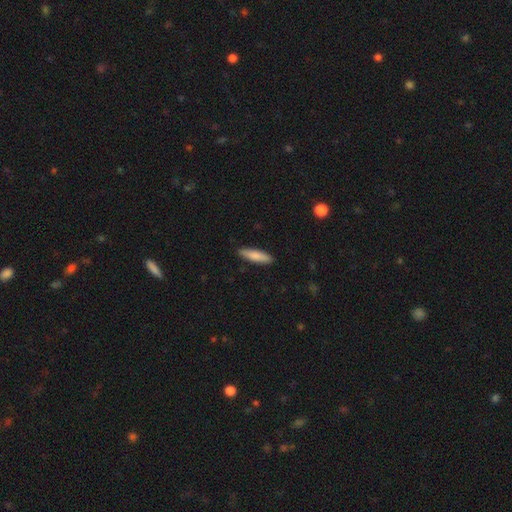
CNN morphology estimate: Smooth or featured: smooth — 82% (featured or disk — 12%)
How rounded: cigar-shaped — 74% (in between — 24%)
Merging: none — 89% (minor disturbance — 8%)